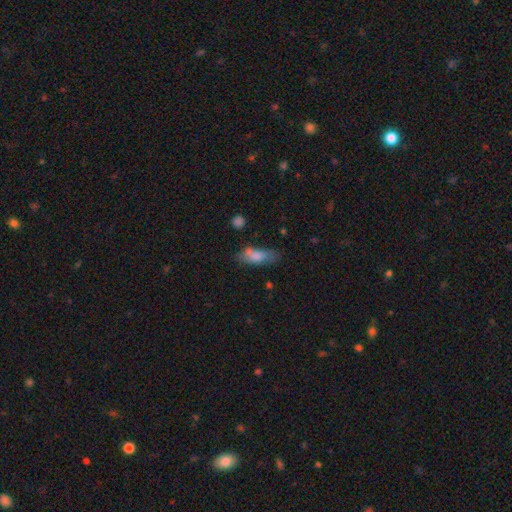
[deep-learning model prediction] A smooth galaxy with no disk features (74%) that is in between round and cigar-shaped (69%). Merging: none (49%).